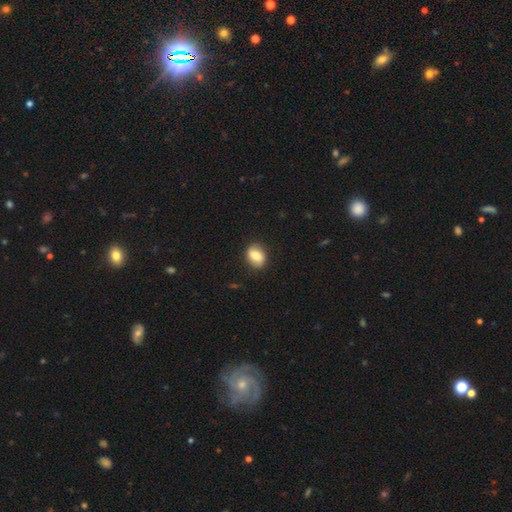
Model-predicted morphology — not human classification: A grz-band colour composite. It shows a smooth galaxy with no disk features (78%) that is in between round and cigar-shaped (70%). Merging: none (85%).